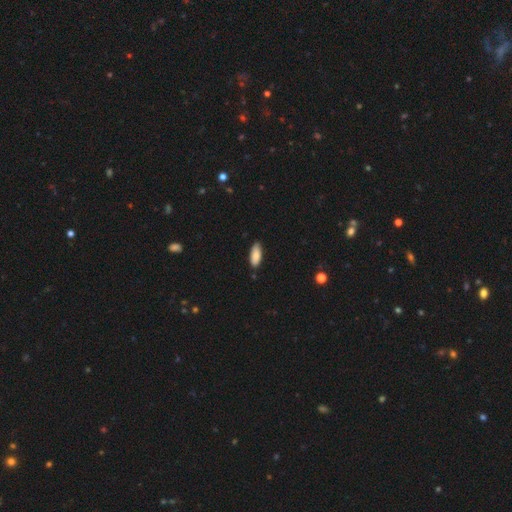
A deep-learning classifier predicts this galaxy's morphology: Smooth or featured? smooth (83%)
How rounded? in between (80%)
Merging? none (83%)